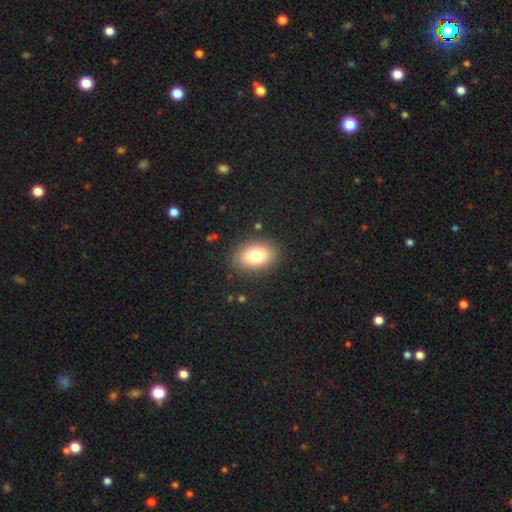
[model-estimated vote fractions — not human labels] A smooth galaxy with no disk features (79%) that is in between round and cigar-shaped (82%).

Vote fractions:
- Smooth or featured? smooth: 79% / featured or disk: 12% / star or artifact: 9%
- How rounded? in between: 82% / round: 16% / cigar-shaped: 1%
- Merging? none: 87% / minor disturbance: 9% / major disturbance: 3% / merger: 1%